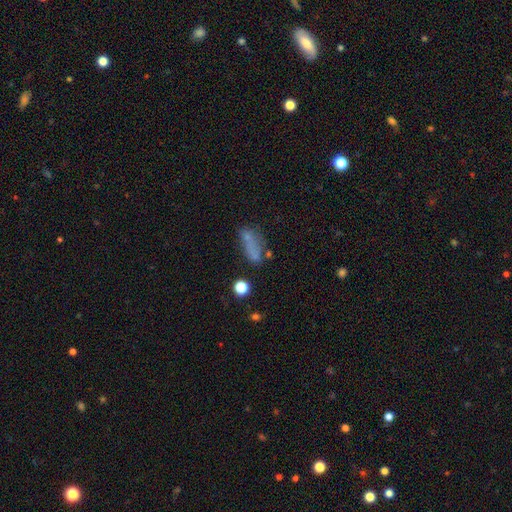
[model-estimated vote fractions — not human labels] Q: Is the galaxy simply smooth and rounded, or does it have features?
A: smooth — 55%.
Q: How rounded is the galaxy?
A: in between — 61%.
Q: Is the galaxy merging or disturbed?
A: none — 56%.